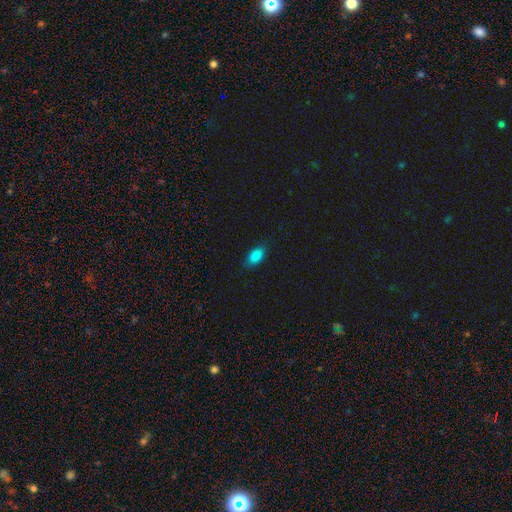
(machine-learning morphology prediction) smooth 87%, star or artifact 9%, featured or disk 5%. Down the decision tree: how rounded — in between (91%); merging — none (84%).